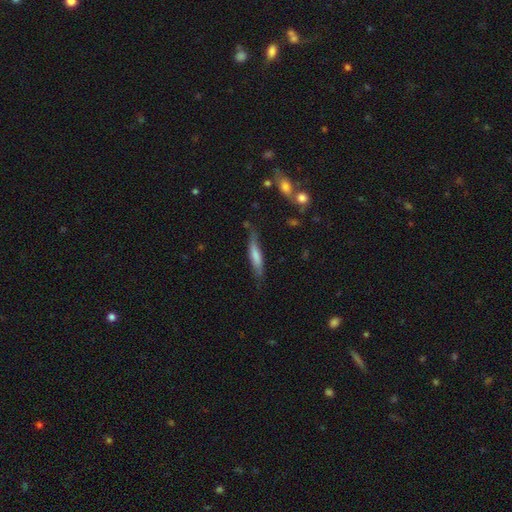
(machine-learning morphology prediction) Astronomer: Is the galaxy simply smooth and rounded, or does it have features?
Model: smooth — 66%.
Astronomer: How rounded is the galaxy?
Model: cigar-shaped — 84%.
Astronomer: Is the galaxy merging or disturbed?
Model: none — 68%.